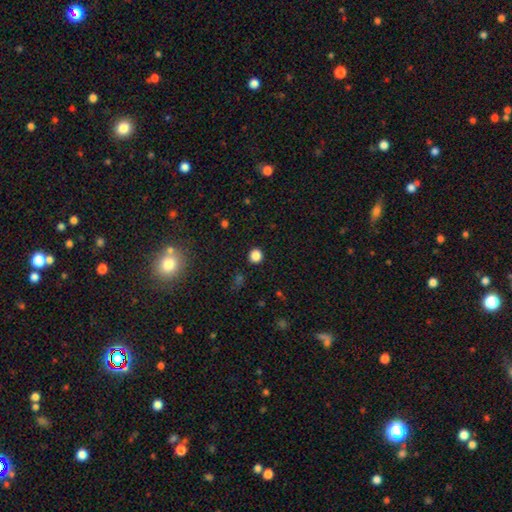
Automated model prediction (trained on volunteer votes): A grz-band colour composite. It shows a smooth galaxy with no disk features (84%) that is round (92%). Merging: none (92%).